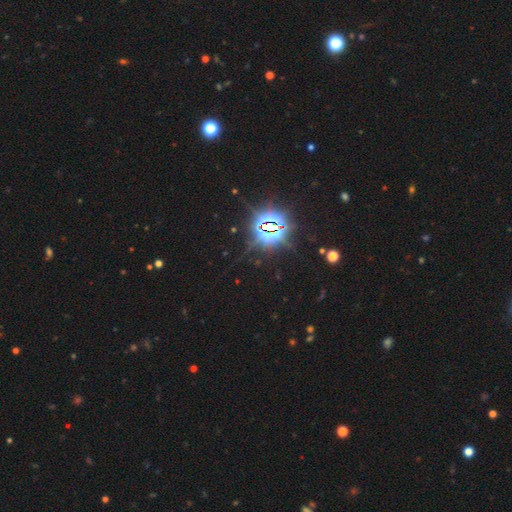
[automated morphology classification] This is clearly a star or artifact rather than a galaxy (86%).